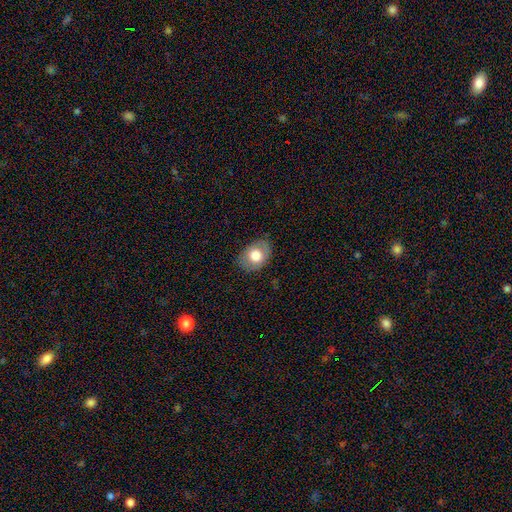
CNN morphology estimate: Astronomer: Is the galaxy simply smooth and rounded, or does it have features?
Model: smooth — 72%.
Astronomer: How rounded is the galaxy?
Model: in between — 75%.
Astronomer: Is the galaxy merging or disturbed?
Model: none — 81%.